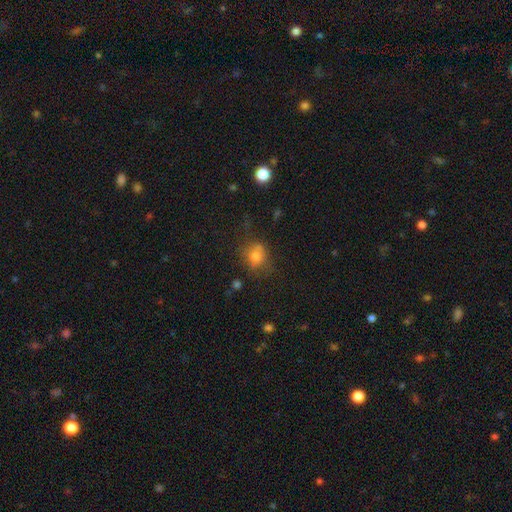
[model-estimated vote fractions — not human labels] Overall: smooth (68%). How rounded: round (62%; in between 37%). Merging: none (59%; minor disturbance 21%).